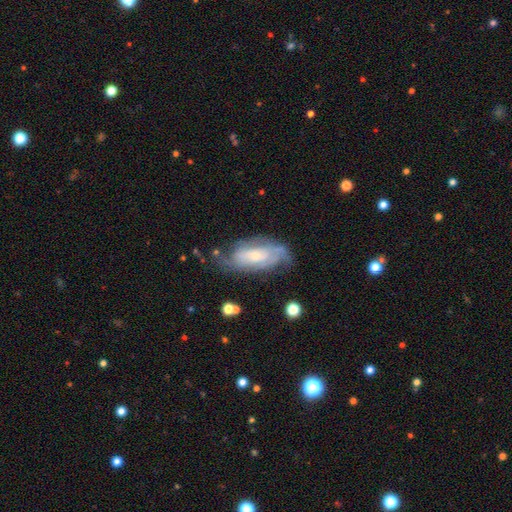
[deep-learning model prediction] featured or disk 71%, smooth 22%, star or artifact 7%. Down the decision tree: edge-on disk — no (91%); bar — no (64%); spiral arms — yes (86%); spiral arm count — can't tell (45%); spiral winding — tight (52%); bulge size — small (64%); merging — none (60%).